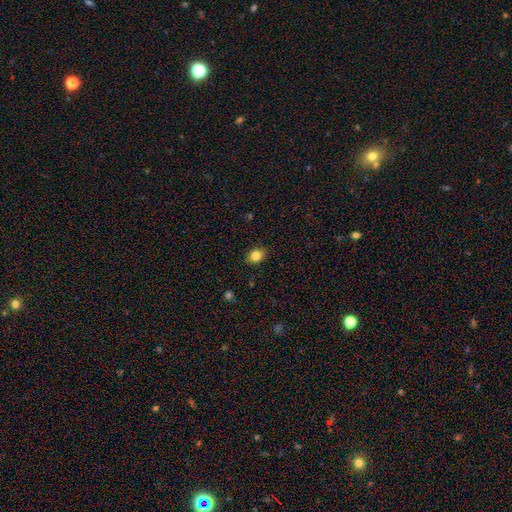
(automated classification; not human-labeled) Morphology: type=smooth (83%); roundness=in between (52%); merging=none (87%).